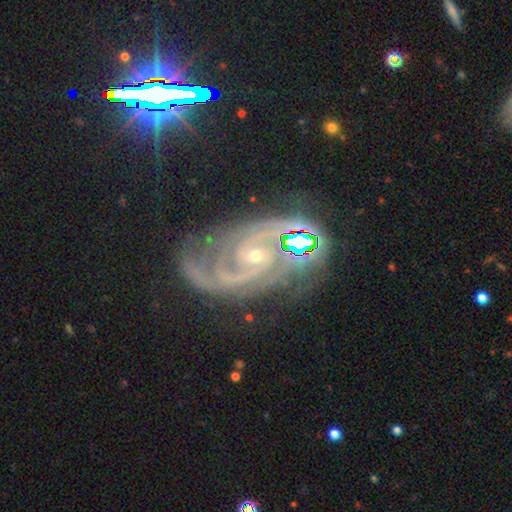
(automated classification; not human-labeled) Smooth or featured? featured or disk (89%)
Edge-on disk? no (97%)
Bar? no (54%)
Spiral arms? yes (98%)
Spiral winding? tight (53%)
Spiral arm count? 2 (62%)
Bulge size? small (66%)
Merging? none (57%)